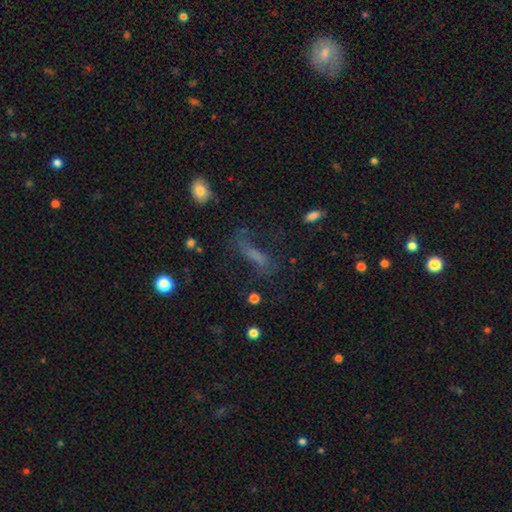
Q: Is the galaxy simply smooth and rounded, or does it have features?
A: smooth — 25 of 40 (62%).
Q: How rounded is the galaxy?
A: cigar-shaped — 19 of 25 (76%).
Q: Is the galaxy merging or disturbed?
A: major disturbance — 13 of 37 (35%).